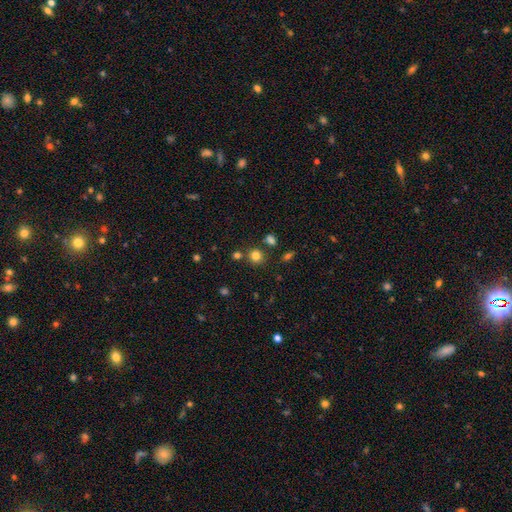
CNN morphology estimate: Smooth or featured? smooth (79%)
How rounded? round (88%)
Merging? none (78%)